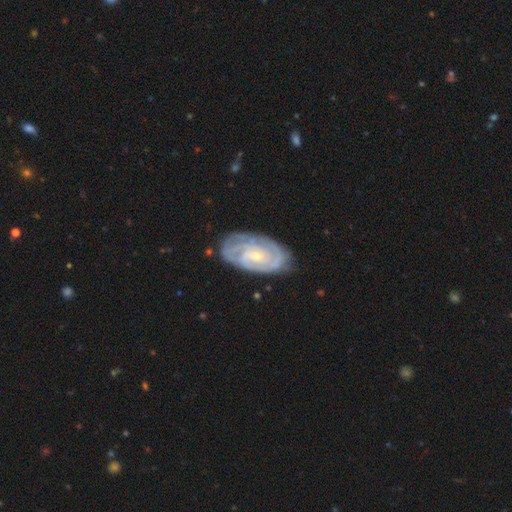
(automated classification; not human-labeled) Overall: featured or disk (84%). Edge-on disk: no (96%). Bar: no (59%; weak 32%). Spiral arms: yes (96%). Spiral arm count: 2 (29%; can't tell 28%). Spiral winding: tight (74%). Bulge size: small (72%). Merging: none (77%).